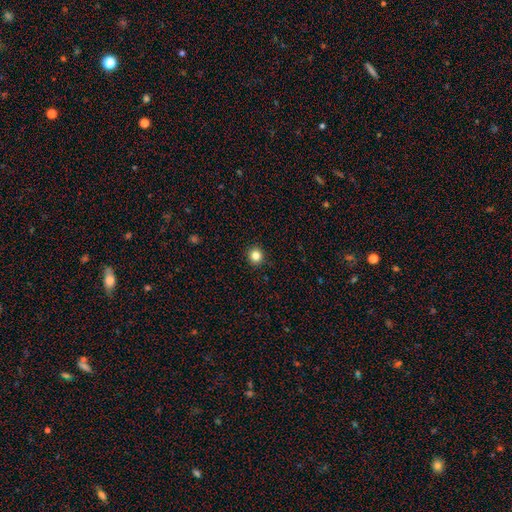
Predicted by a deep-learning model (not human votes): Smooth or featured? smooth (83%)
How rounded? round (93%)
Merging? none (93%)